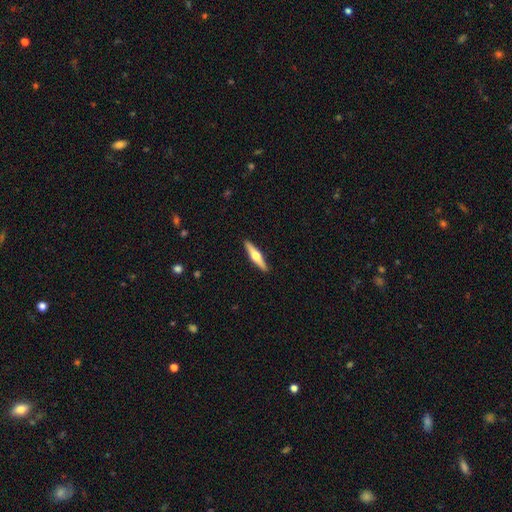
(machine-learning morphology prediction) featured or disk 62%, smooth 33%, star or artifact 5%. Down the decision tree: edge-on disk — yes (97%); edge-on bulge — rounded (95%); merging — none (92%).